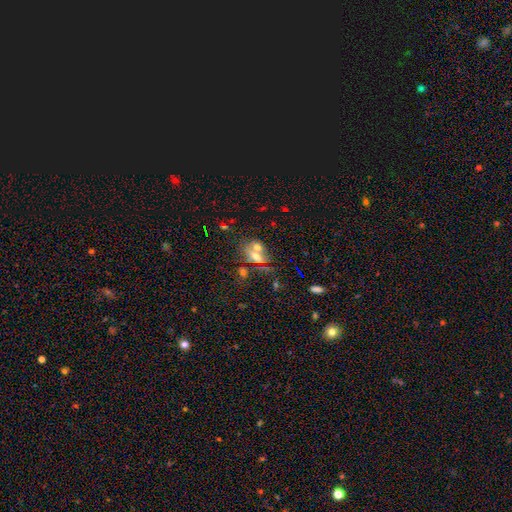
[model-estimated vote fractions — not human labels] A smooth galaxy with no disk features (46%).

Vote fractions:
- Smooth or featured? smooth: 46% / star or artifact: 28% / featured or disk: 26%
- Merging? none: 41% / merger: 40% / minor disturbance: 11% / major disturbance: 8%